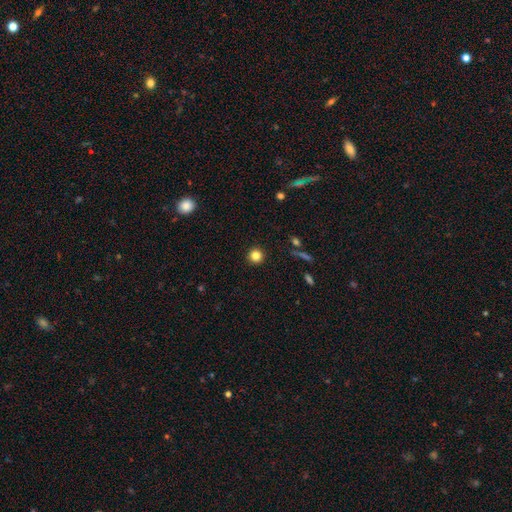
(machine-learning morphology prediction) Smooth or featured? Predicted: smooth (p=0.83). How rounded? Predicted: round (p=0.96). Merging? Predicted: none (p=0.93).